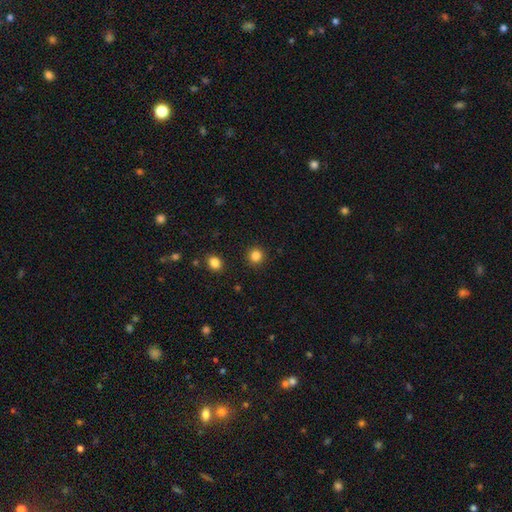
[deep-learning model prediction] Q: Smooth or featured?
A: smooth (84%); runner-up: star or artifact (12%)
Q: How rounded?
A: round (92%); runner-up: in between (7%)
Q: Merging?
A: none (92%); runner-up: minor disturbance (5%)